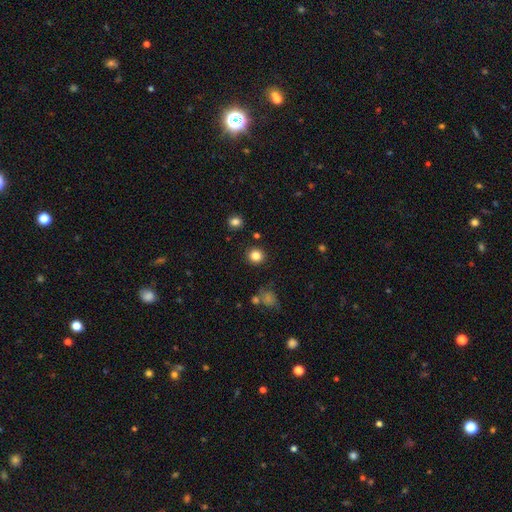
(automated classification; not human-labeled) This is clearly a smooth galaxy (84%). How rounded: clearly round (91%). Merging: clearly none (89%).